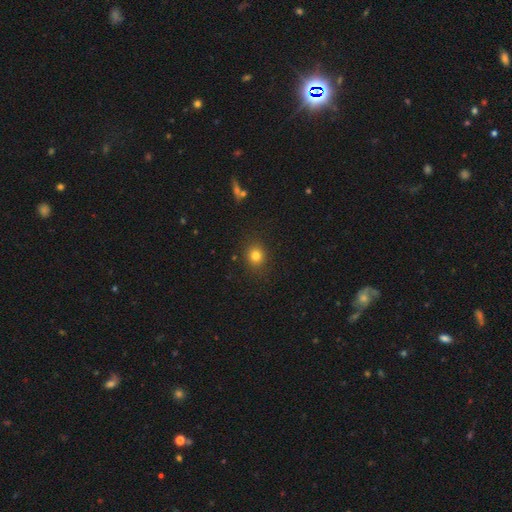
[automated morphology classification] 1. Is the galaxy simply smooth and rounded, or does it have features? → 80% smooth, 14% star or artifact, 7% featured or disk.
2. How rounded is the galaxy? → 79% round, 20% in between, 1% cigar-shaped.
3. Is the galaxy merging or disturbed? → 87% none, 8% minor disturbance, 3% major disturbance, 1% merger.